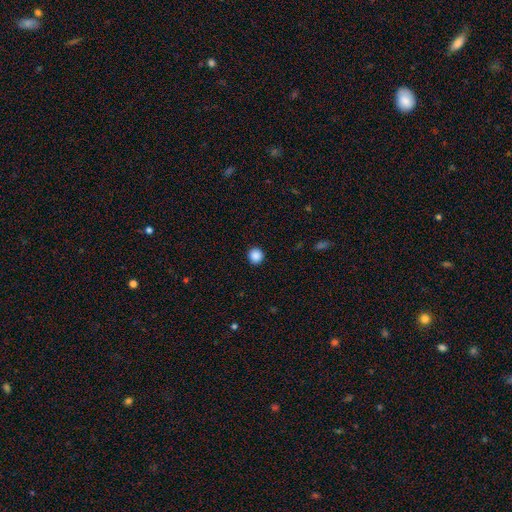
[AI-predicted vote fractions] smooth-or-featured: smooth: 88% | star or artifact: 10% | featured or disk: 2%
  how-rounded: round: 94% | in between: 5% | cigar-shaped: 1%
  merging: none: 93% | minor disturbance: 4% | major disturbance: 2% | merger: 1%